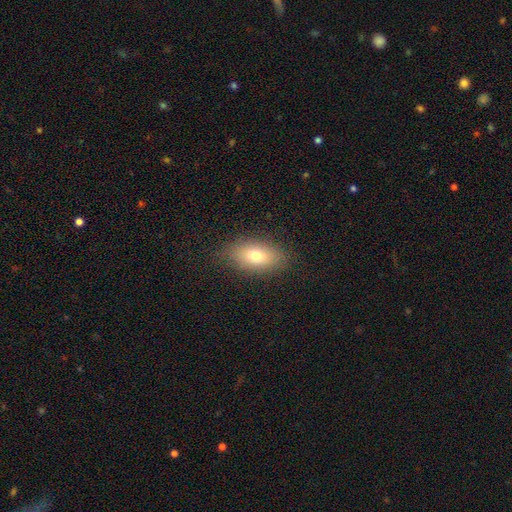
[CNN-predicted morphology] Smooth or featured: smooth — 73% (featured or disk — 17%)
How rounded: in between — 86% (round — 10%)
Merging: none — 84% (minor disturbance — 11%)